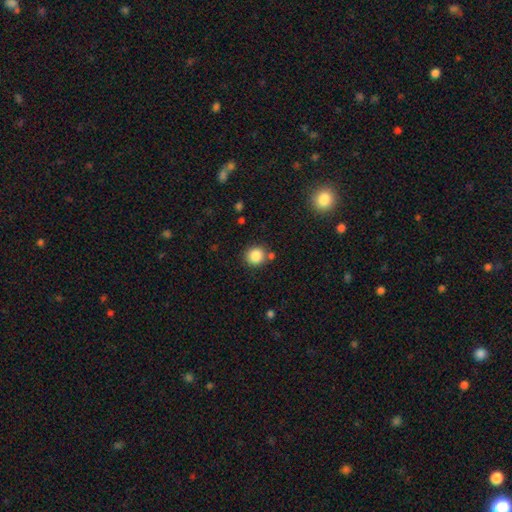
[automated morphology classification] type=smooth (86%); roundness=round (88%); merging=none (78%).